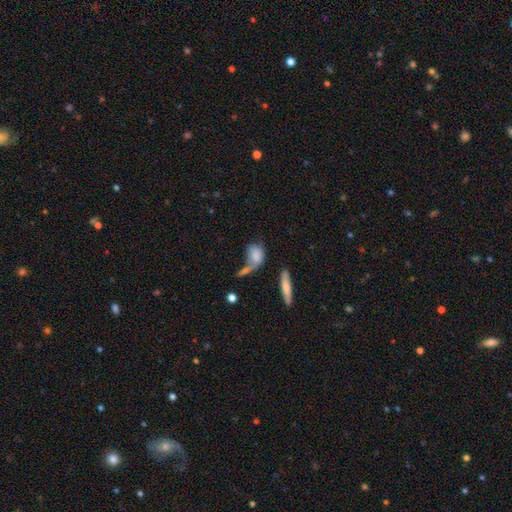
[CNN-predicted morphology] Smooth or featured? smooth (75%)
How rounded? in between (71%)
Merging? none (31%, tied with merger)